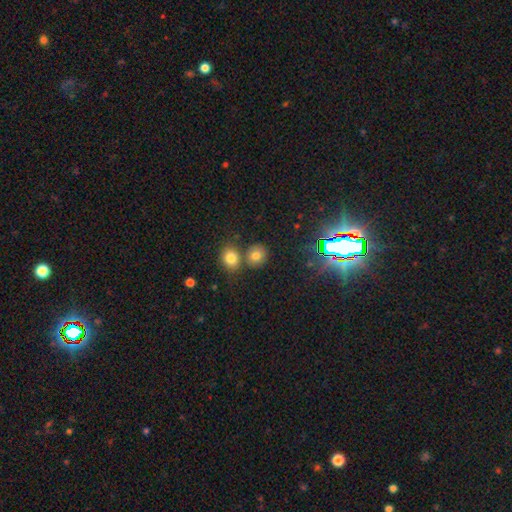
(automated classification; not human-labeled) Morphology: type=smooth (74%); roundness=round (77%); merging=none (66%).